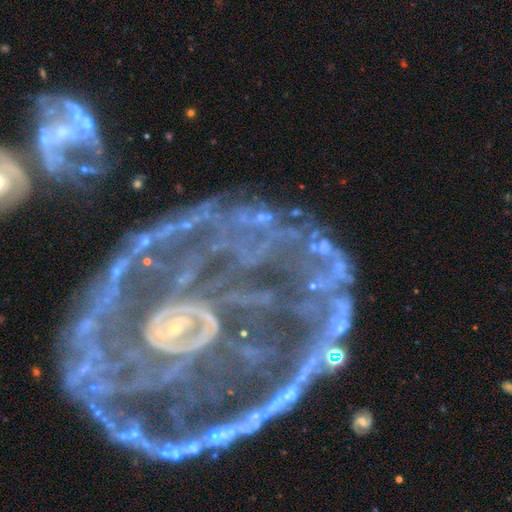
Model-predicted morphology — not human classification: The model was most divided on "spiral arm count": can't tell: 29%, 2: 23%, 3: 14%, more than 4: 12%, 1: 11%, 4: 11%. Remaining: edge-on disk — no (96%); spiral arms — yes (80%); smooth or featured — featured or disk (78%); bulge size — small (60%); bar — no (58%); spiral winding — tight (55%); merging — none (42%).